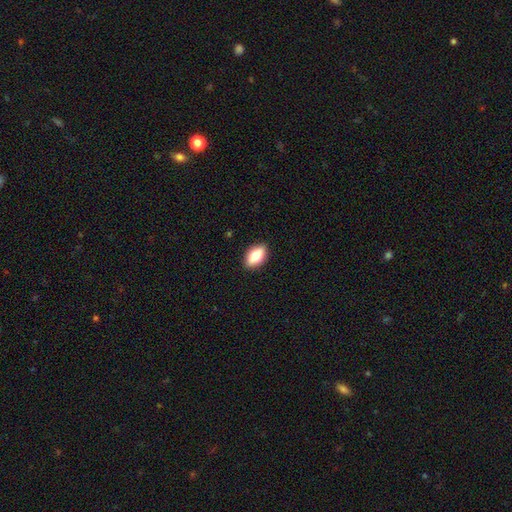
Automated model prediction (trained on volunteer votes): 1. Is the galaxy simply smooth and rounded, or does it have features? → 74% smooth, 19% featured or disk, 7% star or artifact.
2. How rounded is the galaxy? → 88% in between, 6% cigar-shaped, 6% round.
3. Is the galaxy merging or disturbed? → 89% none, 9% minor disturbance, 2% major disturbance, 1% merger.